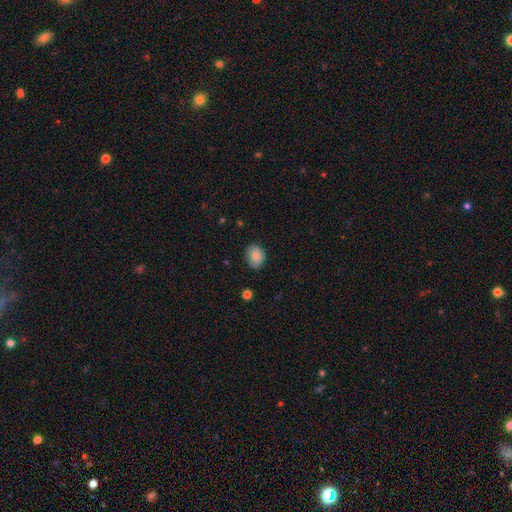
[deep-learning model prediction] Overall: smooth (80%). How rounded: round (52%; in between 47%). Merging: none (79%).